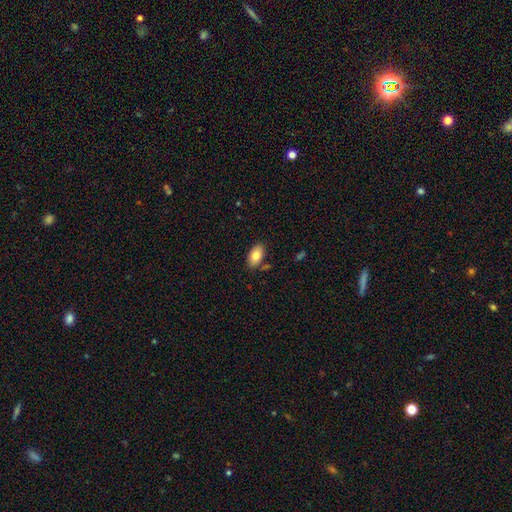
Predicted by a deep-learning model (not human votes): Smooth or featured? smooth (80%)
How rounded? in between (93%)
Merging? none (83%)